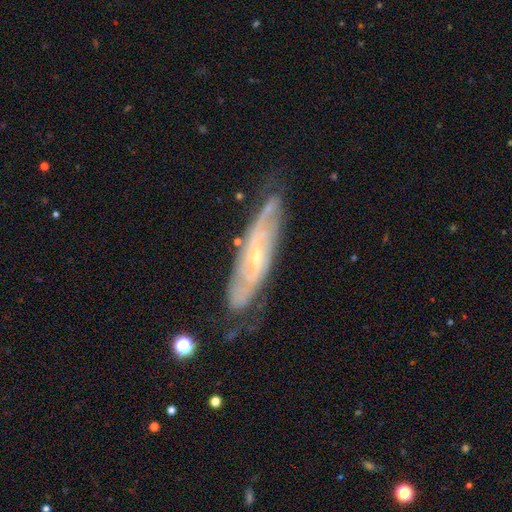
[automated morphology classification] A featured or disk galaxy (84%) with no bar (41%), 2 (49%) tight (45%) spiral arms (94%) and a small central bulge (76%).

Vote fractions:
- Smooth or featured? featured or disk: 84% / smooth: 10% / star or artifact: 6%
- Edge-on disk? no: 77% / yes: 23%
- Bar? no: 41% / weak: 39% / strong: 20%
- Spiral arms? yes: 94% / no: 6%
- Spiral winding? tight: 45% / medium: 41% / loose: 14%
- Spiral arm count? 2: 49% / can't tell: 29% / 3: 10% / 4: 5% / 1: 3% / more than 4: 3%
- Bulge size? small: 76% / moderate: 20% / none: 2% / large: 1% / dominant: 1%
- Merging? none: 69% / minor disturbance: 22% / major disturbance: 7% / merger: 2%